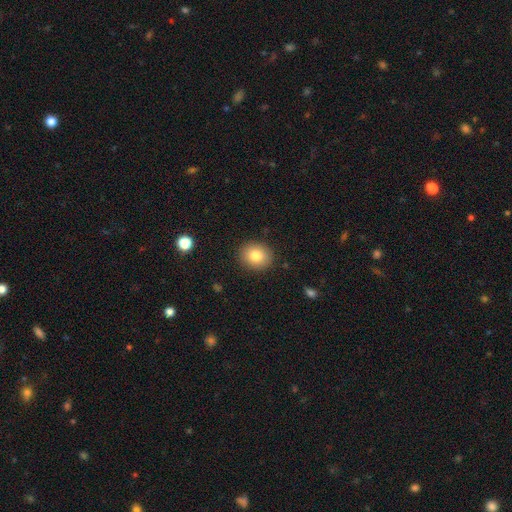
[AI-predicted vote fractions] A smooth galaxy with no disk features (81%) that is round (72%).

Vote fractions:
- Smooth or featured? smooth: 81% / star or artifact: 10% / featured or disk: 9%
- How rounded? round: 72% / in between: 27% / cigar-shaped: 1%
- Merging? none: 89% / minor disturbance: 7% / major disturbance: 2% / merger: 1%